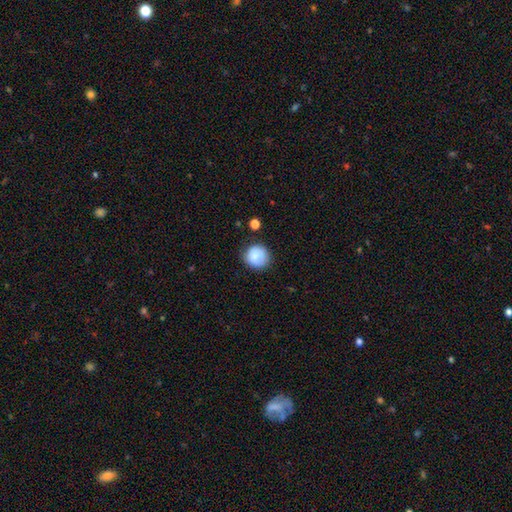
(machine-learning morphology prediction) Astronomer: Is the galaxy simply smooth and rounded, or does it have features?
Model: smooth — 82%.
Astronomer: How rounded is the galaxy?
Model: round — 88%.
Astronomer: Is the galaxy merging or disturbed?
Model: none — 75%.